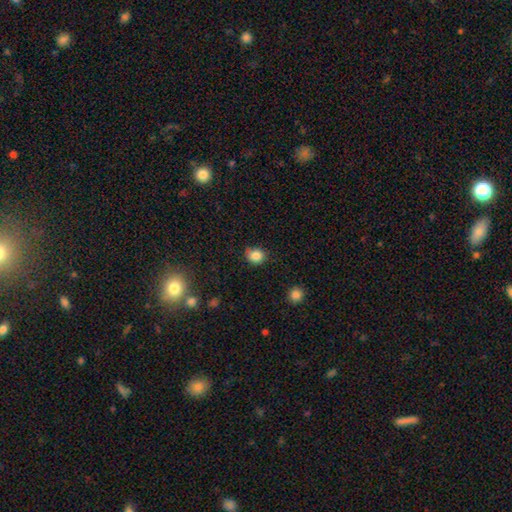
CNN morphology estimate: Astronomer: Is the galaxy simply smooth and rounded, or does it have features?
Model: smooth — 84%.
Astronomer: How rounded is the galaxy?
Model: round — 74%.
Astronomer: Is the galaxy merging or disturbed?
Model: none — 75%.